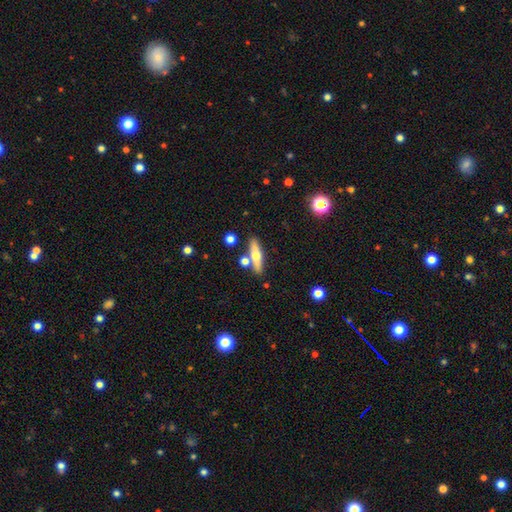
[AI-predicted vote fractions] smooth 51%, featured or disk 42%, star or artifact 7%. Down the decision tree: how rounded — cigar-shaped (67%); merging — none (75%).